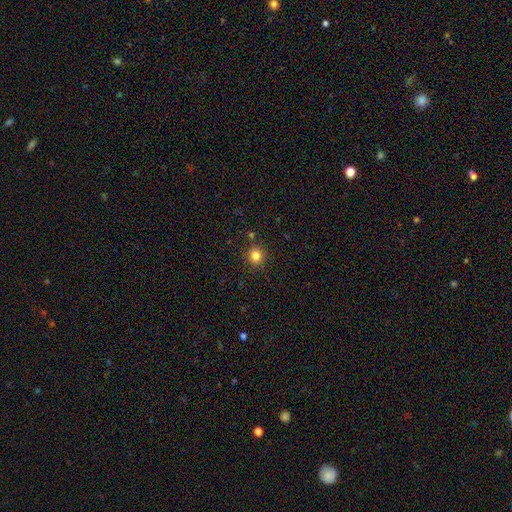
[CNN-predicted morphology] Smooth or featured? smooth (82%)
How rounded? round (92%)
Merging? none (89%)